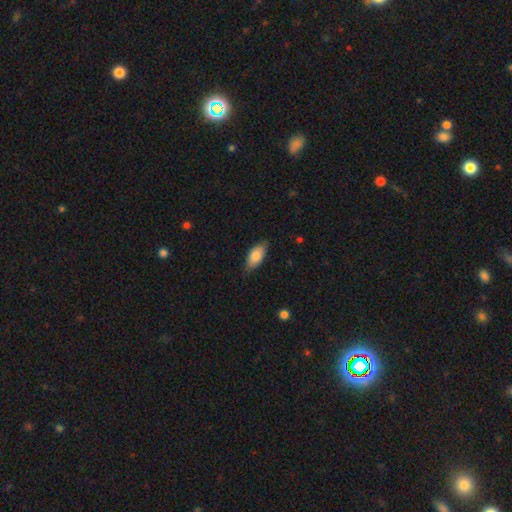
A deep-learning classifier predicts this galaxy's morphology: The model was most divided on "merging": none: 81%, minor disturbance: 16%, major disturbance: 2%, merger: 1%. More confident: how rounded — in between (89%); smooth or featured — smooth (83%).